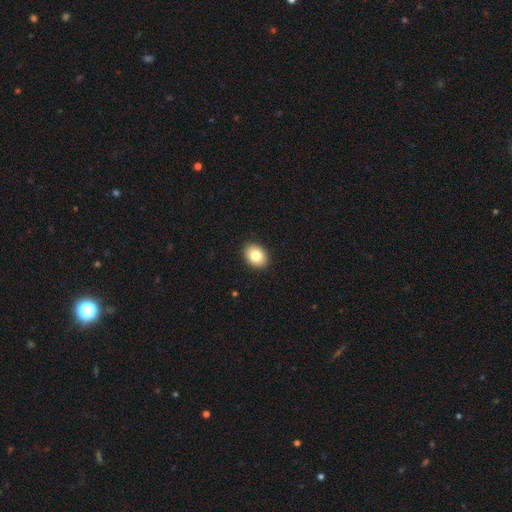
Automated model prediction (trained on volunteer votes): A smooth galaxy with no disk features (82%) that is in between round and cigar-shaped (65%). Merging: none (91%).